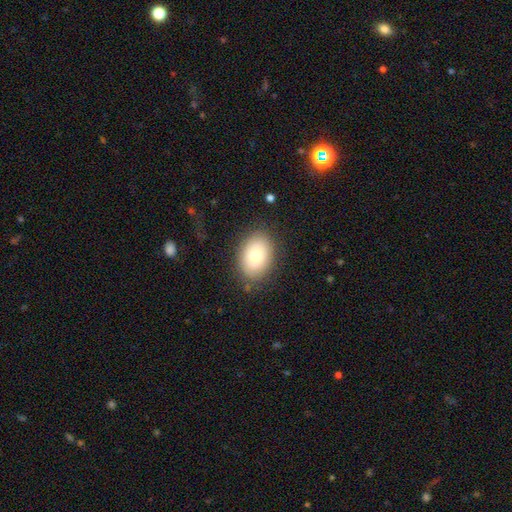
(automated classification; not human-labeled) Smooth or featured? Predicted: smooth (p=0.77). How rounded? Predicted: in between (p=0.77). Merging? Predicted: none (p=0.82).